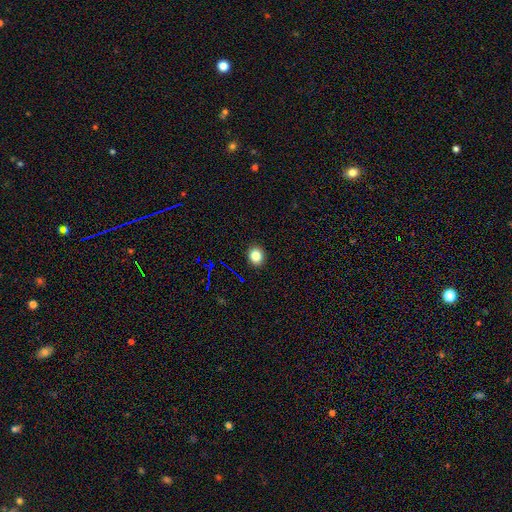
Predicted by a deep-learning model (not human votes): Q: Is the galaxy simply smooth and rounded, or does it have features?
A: smooth — 82%.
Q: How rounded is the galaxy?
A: round — 73%.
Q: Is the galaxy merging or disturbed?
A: none — 91%.